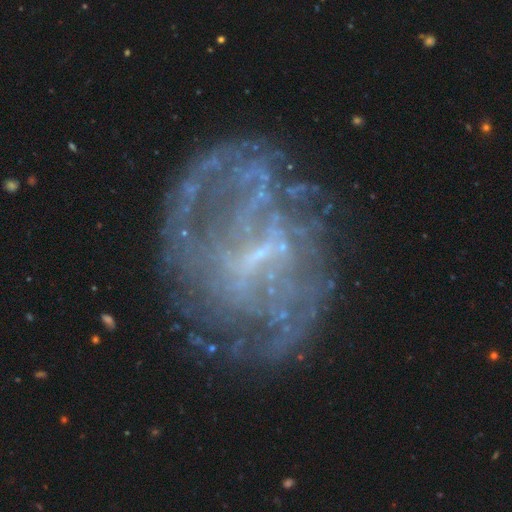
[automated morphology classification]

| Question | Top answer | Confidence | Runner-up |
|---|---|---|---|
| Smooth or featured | featured or disk | 77% | star or artifact (12%) |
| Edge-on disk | no | 97% | yes (3%) |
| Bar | weak | 47% | strong (27%) |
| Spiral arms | yes | 64% | no (36%) |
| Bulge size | small | 51% | none (36%) |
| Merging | none | 60% | major disturbance (20%) |